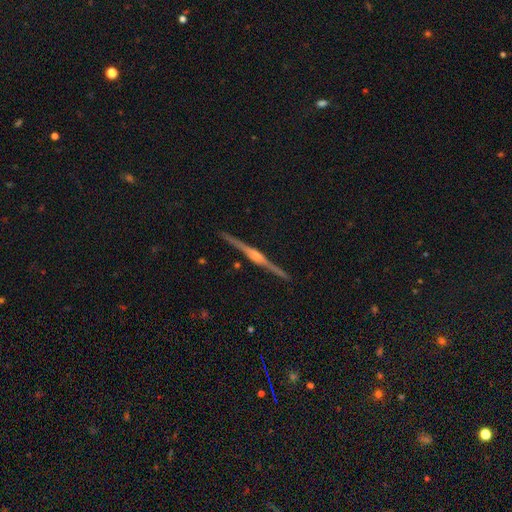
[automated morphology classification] smooth_or_featured: featured or disk (p=0.86) [alt: smooth p=0.08]
disk_edge_on: yes (p=0.98) [alt: no p=0.02]
edge_on_bulge: rounded (p=0.83) [alt: boxy p=0.12]
merging: none (p=0.91) [alt: minor disturbance p=0.07]